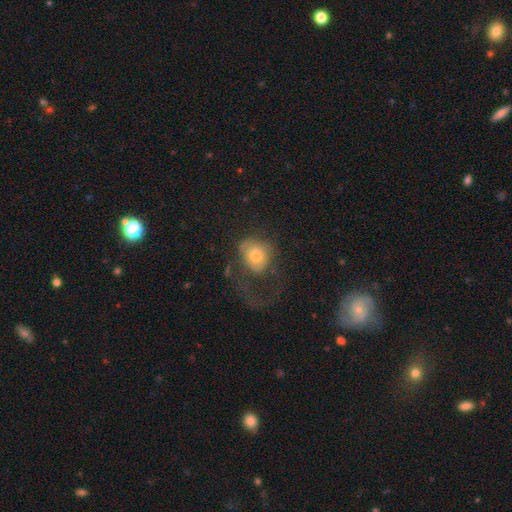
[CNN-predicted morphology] The model was most divided on "how rounded": round: 58%, in between: 41%, cigar-shaped: 1%. More confident: smooth or featured — smooth (62%); merging — major disturbance (56%).